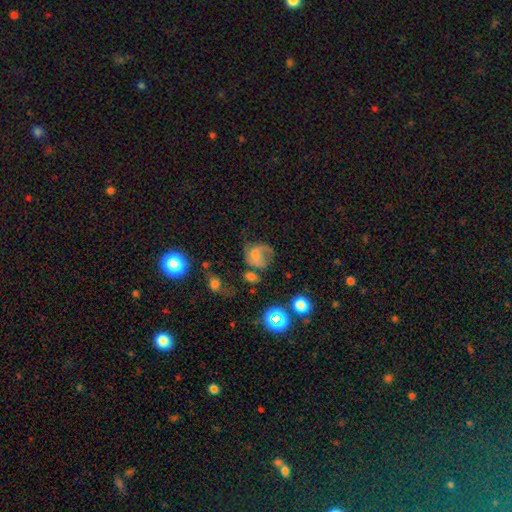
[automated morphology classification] smooth_or_featured: smooth (p=0.49) [alt: featured or disk p=0.35]
merging: major disturbance (p=0.35) [alt: none p=0.34]